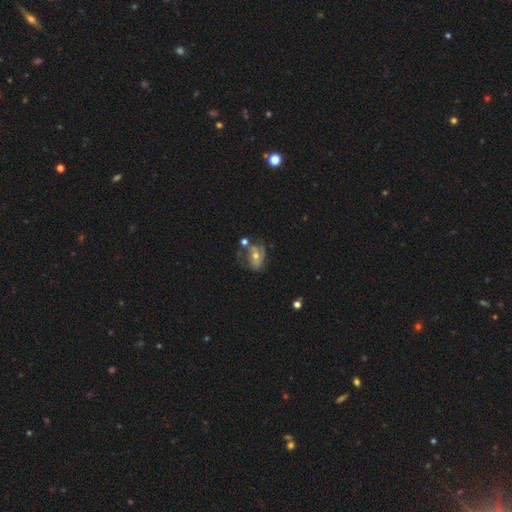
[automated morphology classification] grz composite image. It shows a featured or disk galaxy (61%) with no bar (65%), spiral arms (65%) and a moderate central bulge (65%). Merging: none (35%).